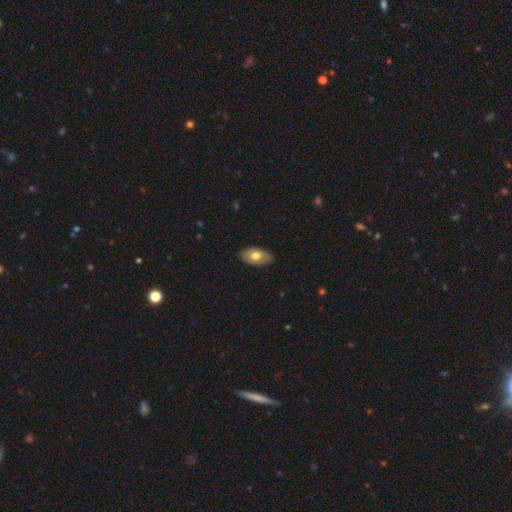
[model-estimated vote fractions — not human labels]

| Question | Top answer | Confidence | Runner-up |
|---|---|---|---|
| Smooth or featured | smooth | 61% | featured or disk (33%) |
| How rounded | in between | 93% | round (6%) |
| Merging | none | 85% | minor disturbance (12%) |